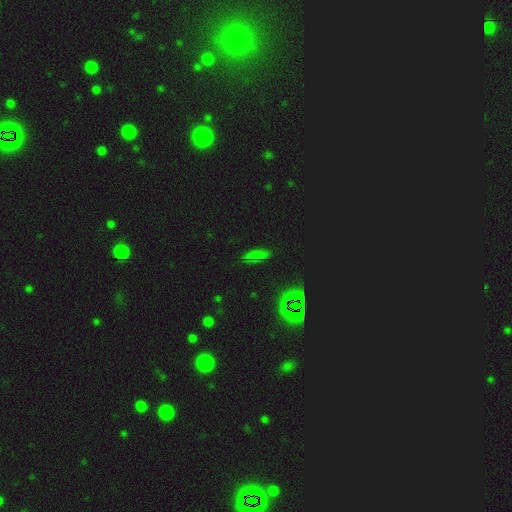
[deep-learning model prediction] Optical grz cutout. It shows a smooth galaxy with no disk features (57%) that is cigar-shaped (49%). Merging: none (78%).